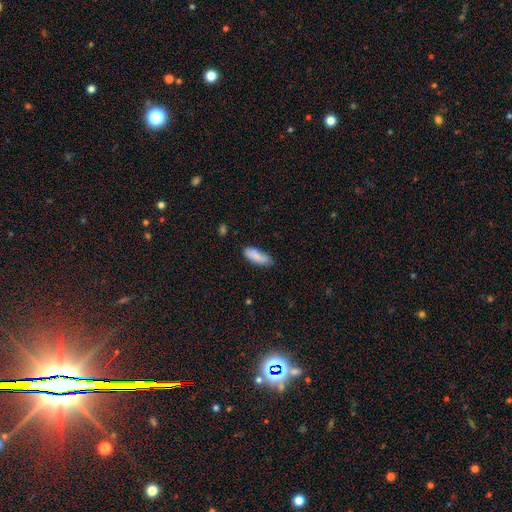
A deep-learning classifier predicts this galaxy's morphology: Smooth or featured?
  - smooth: 84% *
  - featured or disk: 9%
  - star or artifact: 7%
How rounded?
  - in between: 71% *
  - cigar-shaped: 27%
  - round: 2%
Merging?
  - none: 60% *
  - minor disturbance: 29%
  - major disturbance: 6%
  - merger: 4%